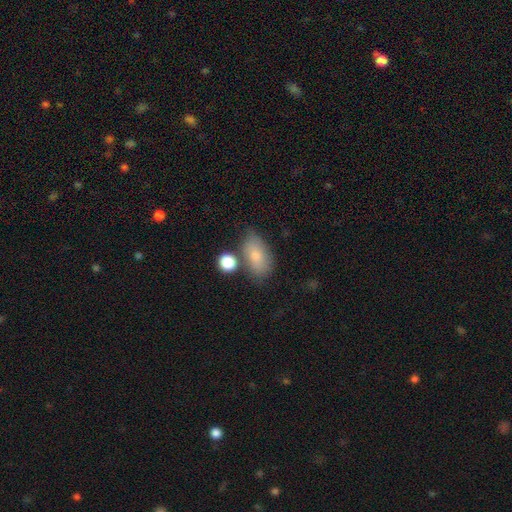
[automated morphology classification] Smooth or featured?
  - smooth: 79% *
  - featured or disk: 14%
  - star or artifact: 8%
How rounded?
  - in between: 89% *
  - round: 8%
  - cigar-shaped: 3%
Merging?
  - none: 61% *
  - minor disturbance: 20%
  - merger: 14%
  - major disturbance: 6%